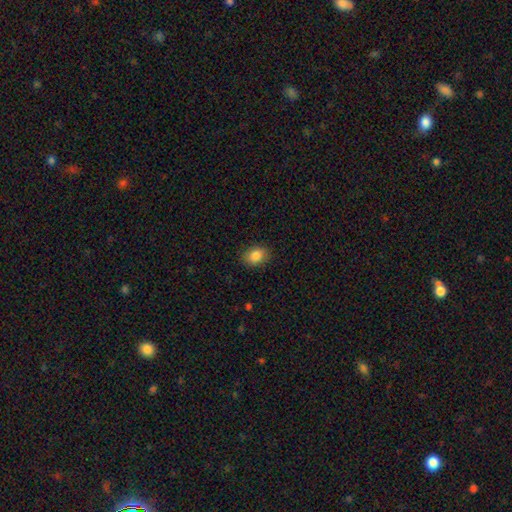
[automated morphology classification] Smooth or featured? Predicted: smooth (p=0.86). How rounded? Predicted: in between (p=0.68). Merging? Predicted: none (p=0.86).